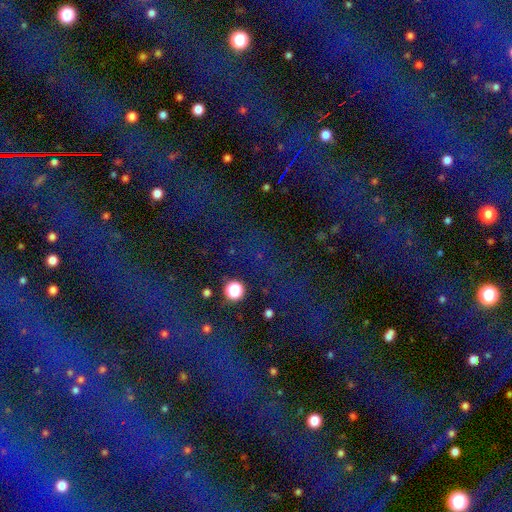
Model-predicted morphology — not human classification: Smooth or featured: star or artifact — 81% (featured or disk — 11%)